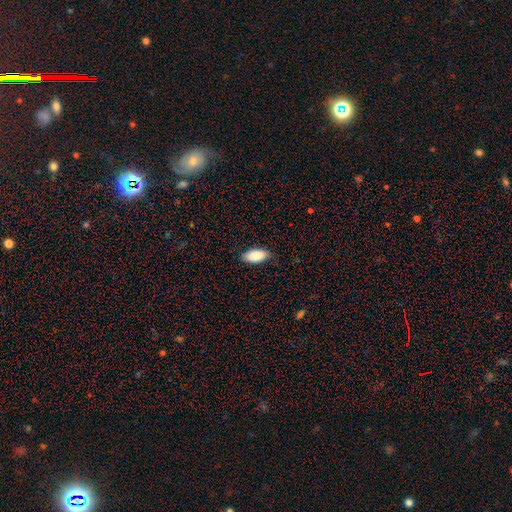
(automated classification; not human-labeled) A smooth galaxy with no disk features (88%) that is in between round and cigar-shaped (90%).

Vote fractions:
- Smooth or featured? smooth: 88% / star or artifact: 6% / featured or disk: 6%
- How rounded? in between: 90% / cigar-shaped: 8% / round: 2%
- Merging? none: 83% / minor disturbance: 14% / major disturbance: 3% / merger: 1%